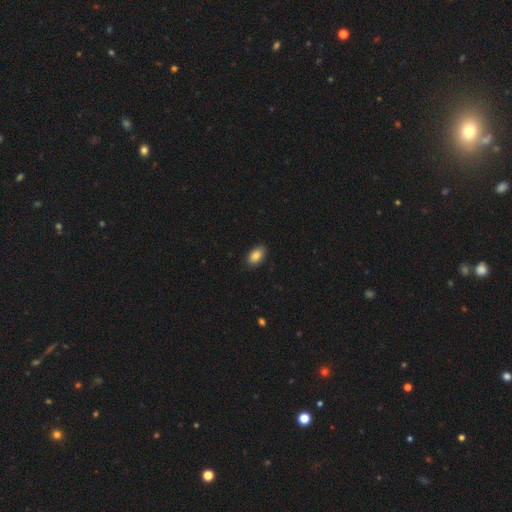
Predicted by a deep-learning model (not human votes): Overall: smooth (85%). How rounded: in between (91%). Merging: none (87%).